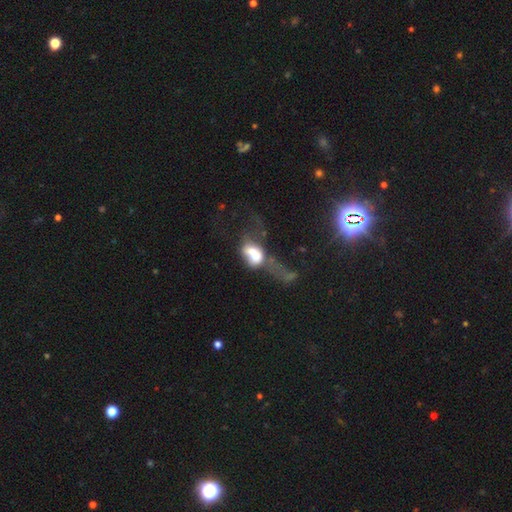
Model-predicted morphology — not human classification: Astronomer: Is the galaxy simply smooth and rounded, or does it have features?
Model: smooth — 49% (runner-up: featured or disk, 39%).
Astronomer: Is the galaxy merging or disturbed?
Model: merger — 56%.